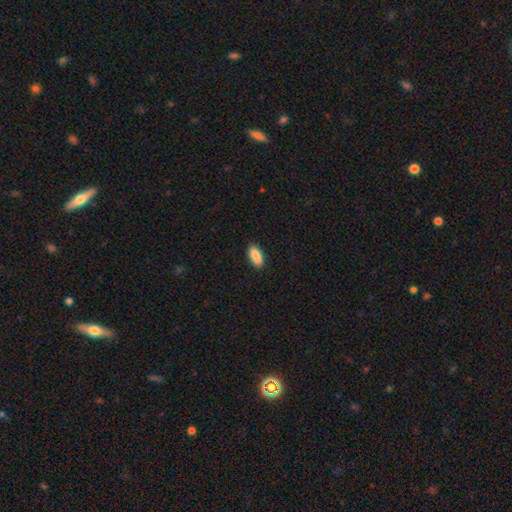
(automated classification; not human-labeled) Smooth or featured?
  - smooth: 88% *
  - star or artifact: 7%
  - featured or disk: 6%
How rounded?
  - in between: 88% *
  - cigar-shaped: 10%
  - round: 2%
Merging?
  - none: 88% *
  - minor disturbance: 9%
  - major disturbance: 2%
  - merger: 1%